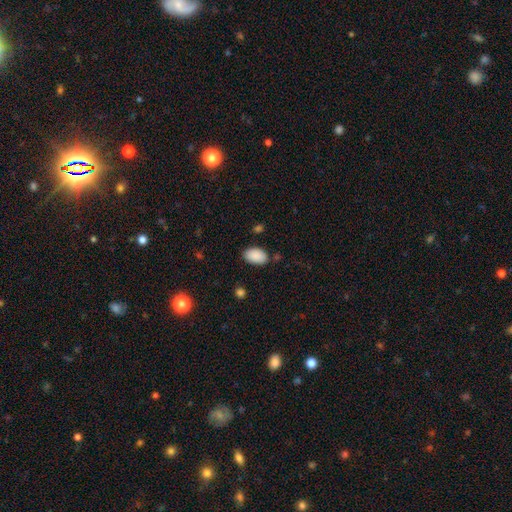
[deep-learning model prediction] Morphology: type=smooth (90%); roundness=in between (93%); merging=none (82%).